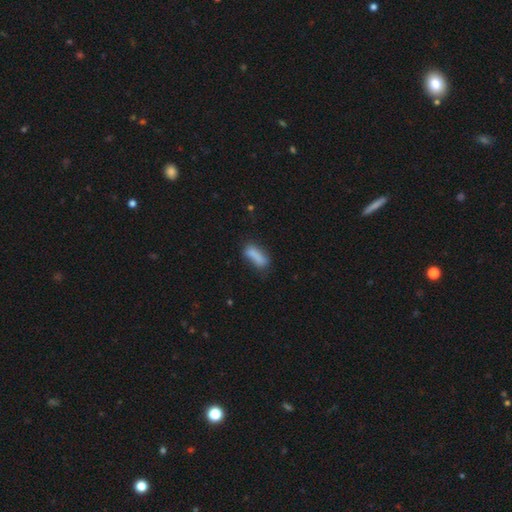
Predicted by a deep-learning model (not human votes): smooth 79%, featured or disk 12%, star or artifact 9%. Down the decision tree: how rounded — in between (62%); merging — none (49%).